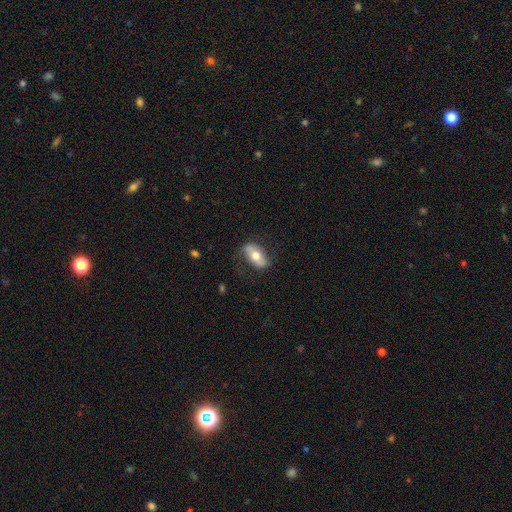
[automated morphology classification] The model was most divided on "smooth or featured": smooth: 56%, featured or disk: 38%, star or artifact: 6%. More confident: how rounded — in between (86%); merging — none (74%).